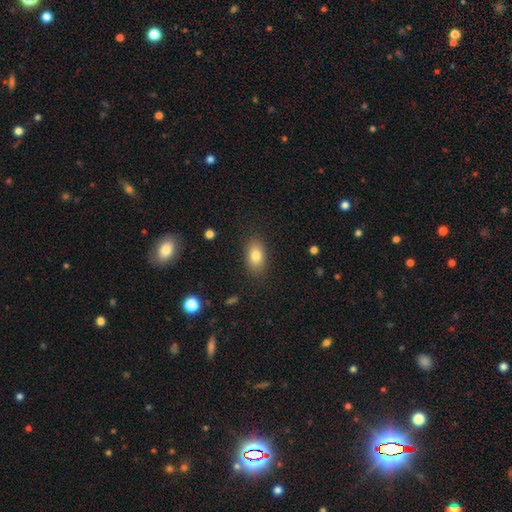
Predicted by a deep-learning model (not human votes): smooth 82%, featured or disk 10%, star or artifact 8%. Down the decision tree: how rounded — in between (89%); merging — none (86%).